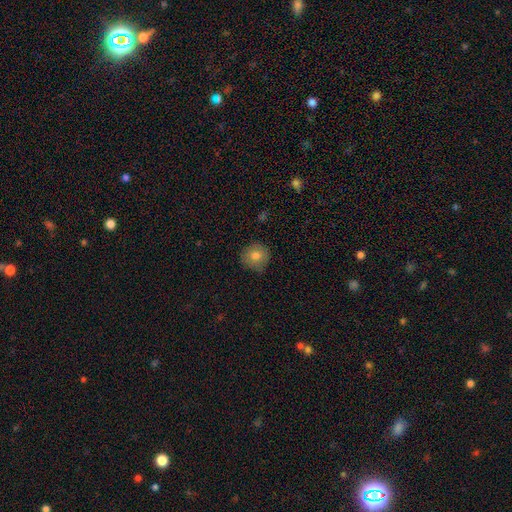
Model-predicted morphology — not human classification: smooth 78%, featured or disk 12%, star or artifact 10%. Down the decision tree: how rounded — round (92%); merging — none (80%).